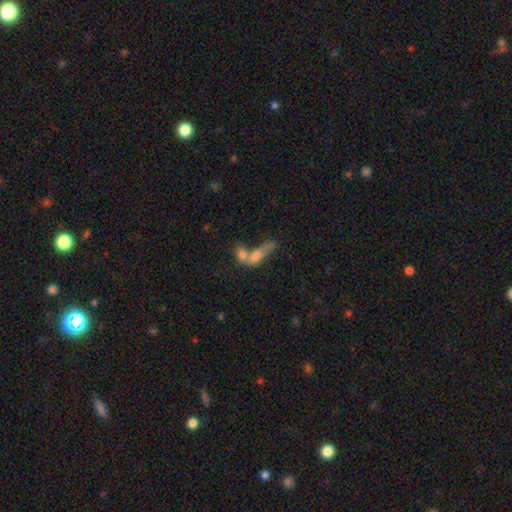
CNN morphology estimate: This is likely a smooth galaxy (61%). How rounded: possibly in between (57%). Merging: likely merger (64%).